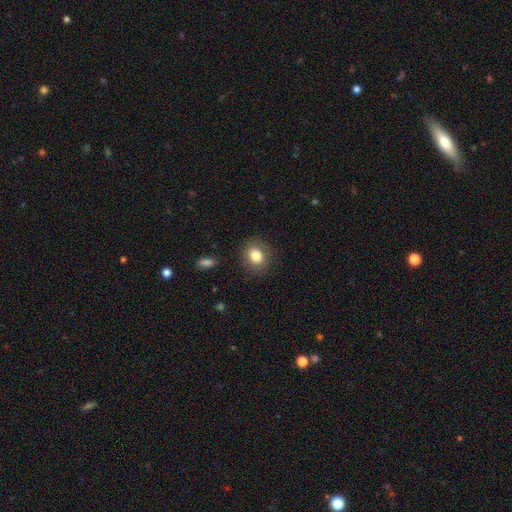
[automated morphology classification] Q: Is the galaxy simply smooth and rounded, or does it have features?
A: smooth — 81%.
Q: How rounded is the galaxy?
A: round — 57%.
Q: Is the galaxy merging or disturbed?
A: none — 86%.